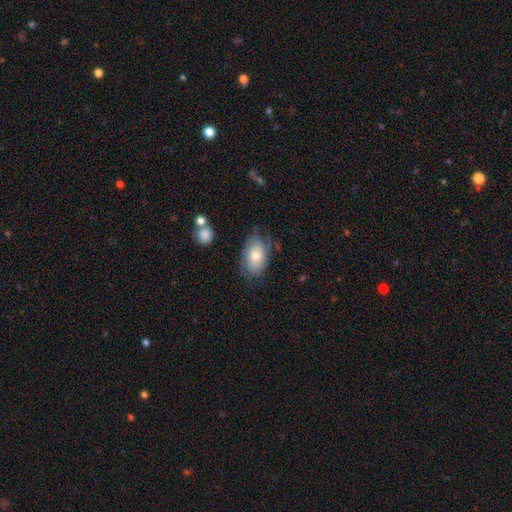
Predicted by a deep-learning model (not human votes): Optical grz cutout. It shows a smooth galaxy with no disk features (70%) that is in between round and cigar-shaped (89%). Merging: none (64%).